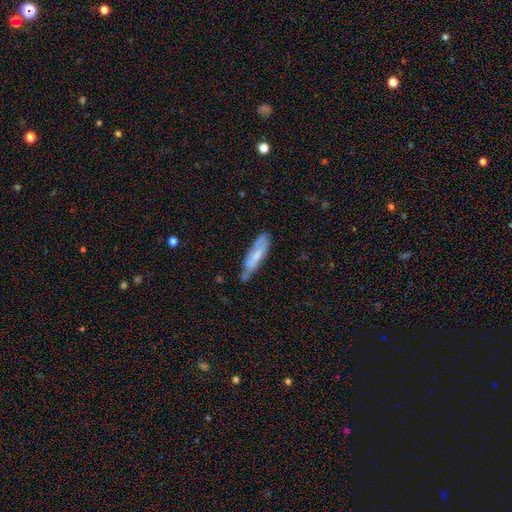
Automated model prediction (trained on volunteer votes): This is likely a smooth galaxy (60%). How rounded: likely cigar-shaped (65%). Merging: possibly none (51%).